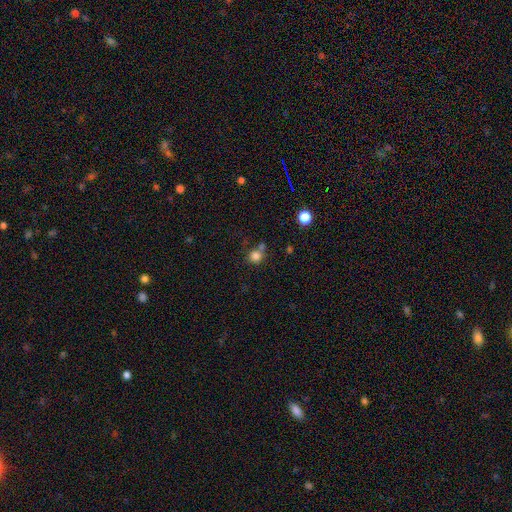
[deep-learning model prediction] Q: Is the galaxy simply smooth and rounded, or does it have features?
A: smooth — 80%.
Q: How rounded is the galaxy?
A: round — 86%.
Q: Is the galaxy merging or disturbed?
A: none — 60%.